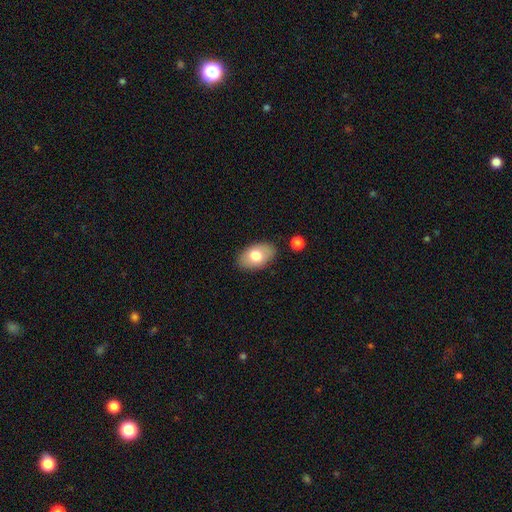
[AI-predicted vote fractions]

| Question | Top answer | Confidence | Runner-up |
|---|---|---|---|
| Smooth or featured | smooth | 74% | featured or disk (19%) |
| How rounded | in between | 90% | round (9%) |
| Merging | none | 83% | minor disturbance (11%) |